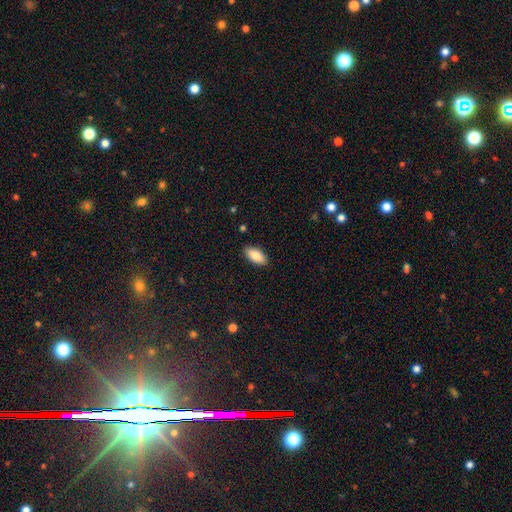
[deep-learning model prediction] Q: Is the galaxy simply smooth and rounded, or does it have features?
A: smooth — 85%.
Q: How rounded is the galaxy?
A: in between — 89%.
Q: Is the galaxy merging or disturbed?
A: none — 89%.